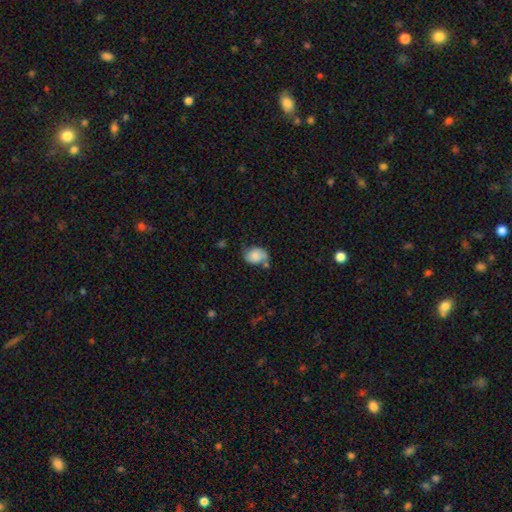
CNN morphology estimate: This is likely a smooth galaxy (68%). How rounded: likely in between (66%). Merging: possibly none (46%).